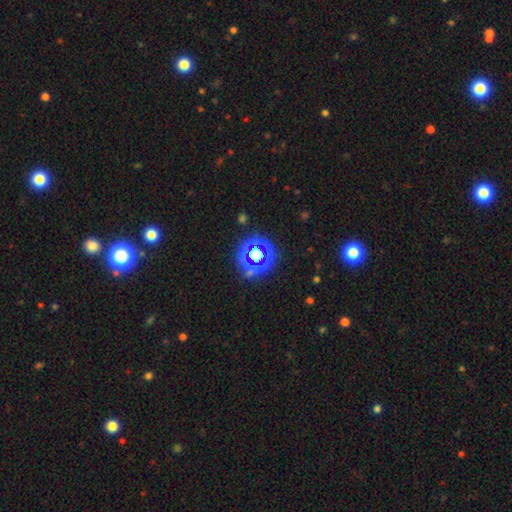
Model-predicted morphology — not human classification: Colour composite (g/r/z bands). It shows a star or artifact, not a galaxy (74%).